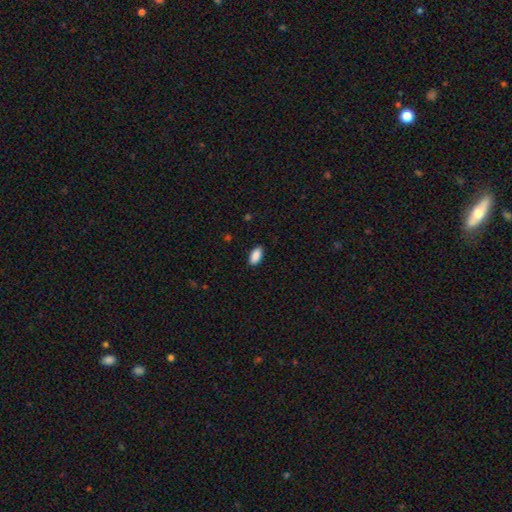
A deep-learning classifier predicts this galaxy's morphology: A smooth galaxy with no disk features (89%) that is in between round and cigar-shaped (92%).

Vote fractions:
- Smooth or featured? smooth: 89% / star or artifact: 7% / featured or disk: 4%
- How rounded? in between: 92% / cigar-shaped: 6% / round: 2%
- Merging? none: 89% / minor disturbance: 8% / major disturbance: 2% / merger: 1%